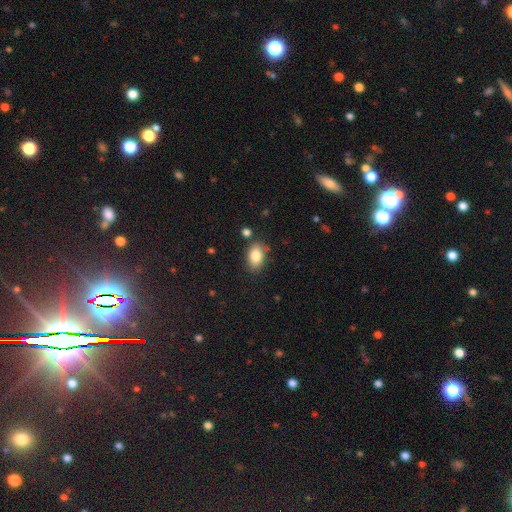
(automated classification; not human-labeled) The model was most divided on "merging": none: 79%, minor disturbance: 13%, merger: 4%, major disturbance: 3%. More confident: how rounded — in between (85%); smooth or featured — smooth (84%).